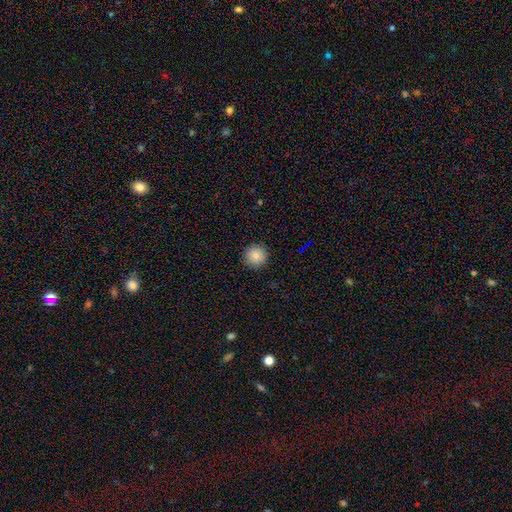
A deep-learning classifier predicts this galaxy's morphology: Smooth or featured? smooth (83%)
How rounded? round (95%)
Merging? none (91%)